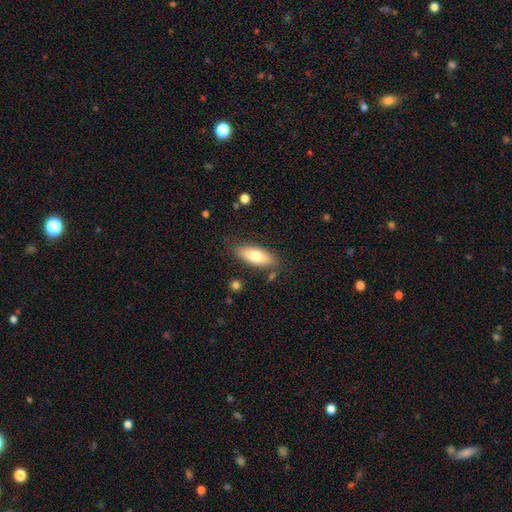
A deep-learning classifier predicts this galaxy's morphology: This appears to be a smooth galaxy with no disk features (73%) that is in between round and cigar-shaped (73%). Merging: none (80%).